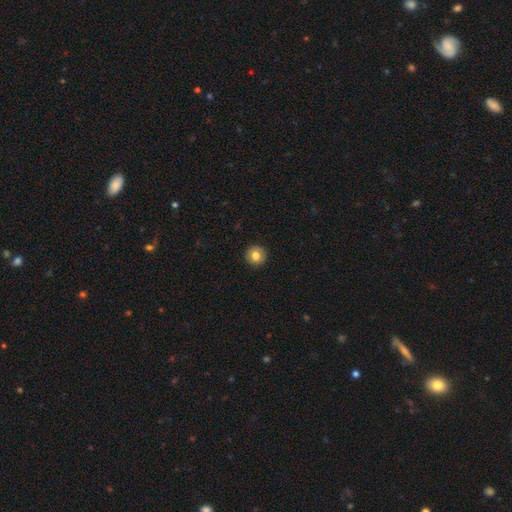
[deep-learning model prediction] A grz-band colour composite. It shows a smooth galaxy with no disk features (82%) that is round (96%). Merging: none (93%).